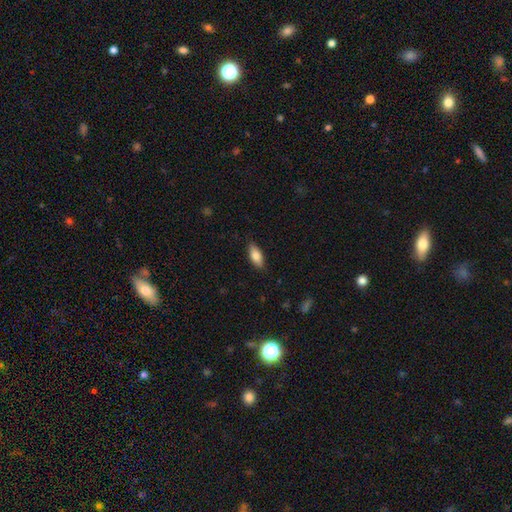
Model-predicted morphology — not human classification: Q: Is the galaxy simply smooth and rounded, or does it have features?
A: smooth — 81%.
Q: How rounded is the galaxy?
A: in between — 82%.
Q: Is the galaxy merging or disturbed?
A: none — 85%.